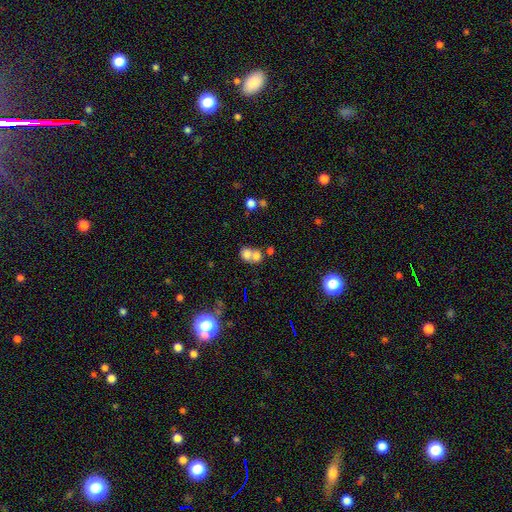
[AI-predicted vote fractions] Smooth or featured: smooth — 70% (featured or disk — 16%)
How rounded: round — 63% (in between — 36%)
Merging: merger — 65% (none — 26%)